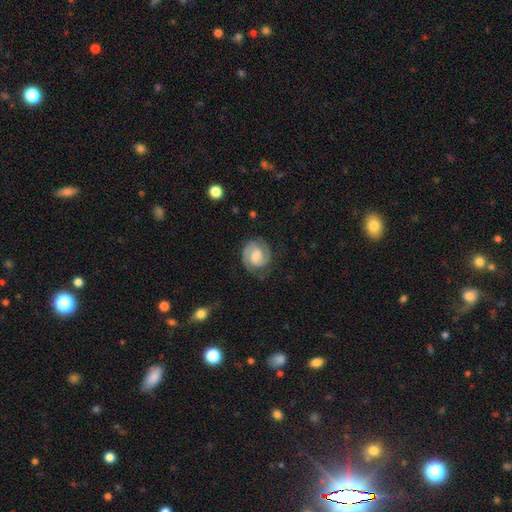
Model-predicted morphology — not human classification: This appears to be a featured or disk galaxy (79%) with a weak bar (49%), 2 (86%) tight (52%) spiral arms (96%) and a moderate central bulge (43%). Merging: none (74%).